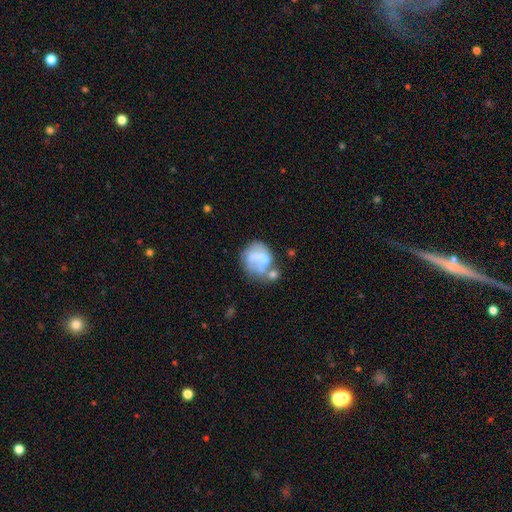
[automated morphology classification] Overall: smooth (49%; featured or disk 42%). Merging: none (33%; merger 26%).